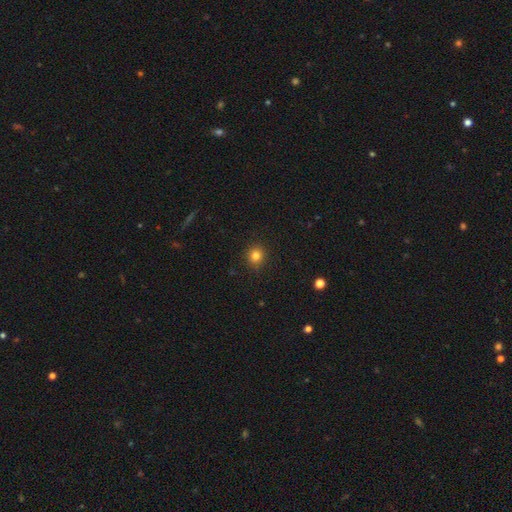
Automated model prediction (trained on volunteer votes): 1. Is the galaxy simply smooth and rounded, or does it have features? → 82% smooth, 13% star or artifact, 5% featured or disk.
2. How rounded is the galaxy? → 88% round, 11% in between, 1% cigar-shaped.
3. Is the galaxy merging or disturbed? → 90% none, 7% minor disturbance, 2% major disturbance, 1% merger.